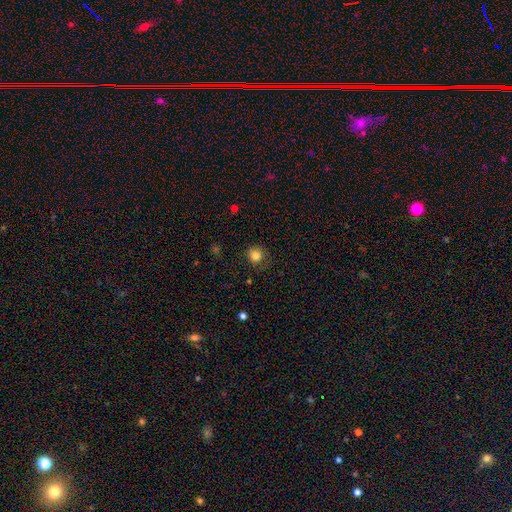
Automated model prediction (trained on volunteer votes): A smooth galaxy with no disk features (82%) that is round (87%).

Vote fractions:
- Smooth or featured? smooth: 82% / star or artifact: 12% / featured or disk: 6%
- How rounded? round: 87% / in between: 13% / cigar-shaped: 1%
- Merging? none: 78% / minor disturbance: 16% / major disturbance: 5% / merger: 1%